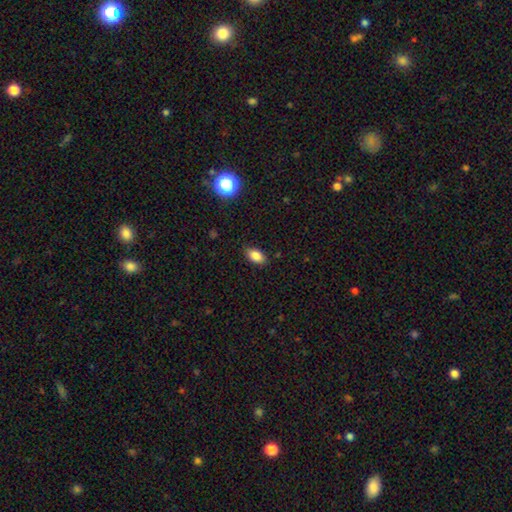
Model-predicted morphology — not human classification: smooth 85%, star or artifact 9%, featured or disk 6%. Down the decision tree: how rounded — in between (90%); merging — none (86%).